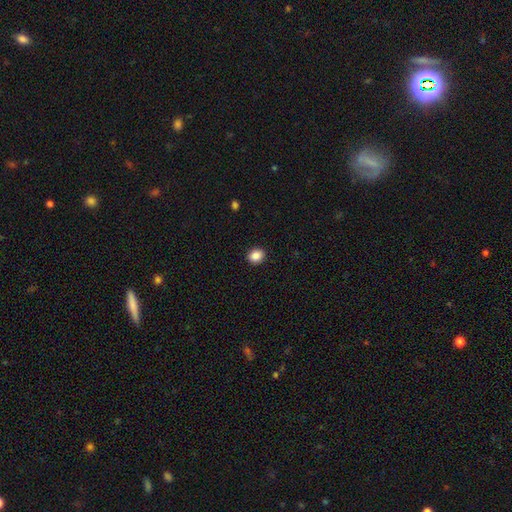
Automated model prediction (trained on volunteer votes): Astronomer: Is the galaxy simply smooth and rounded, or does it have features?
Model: smooth — 87%.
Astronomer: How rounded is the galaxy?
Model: round — 64%.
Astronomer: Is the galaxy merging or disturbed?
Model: none — 92%.